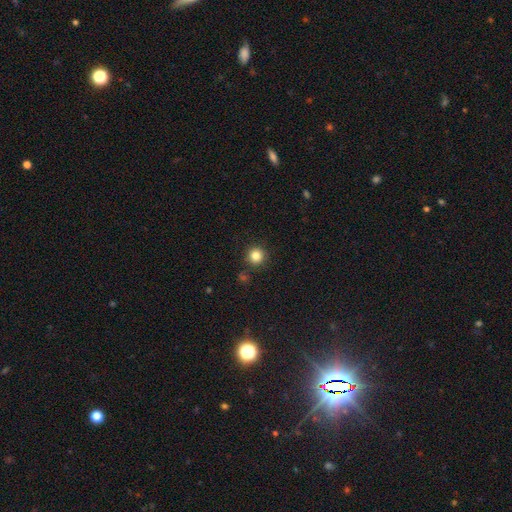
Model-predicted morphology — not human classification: smooth 83%, star or artifact 12%, featured or disk 5%. Down the decision tree: how rounded — round (94%); merging — none (88%).